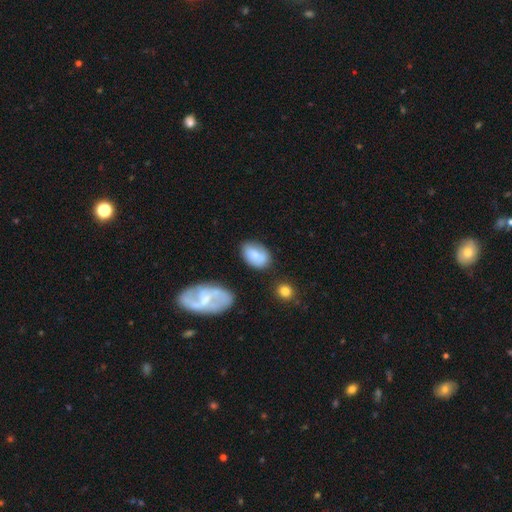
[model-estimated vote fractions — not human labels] A smooth galaxy with no disk features (76%) that is in between round and cigar-shaped (90%). Merging: none (67%).